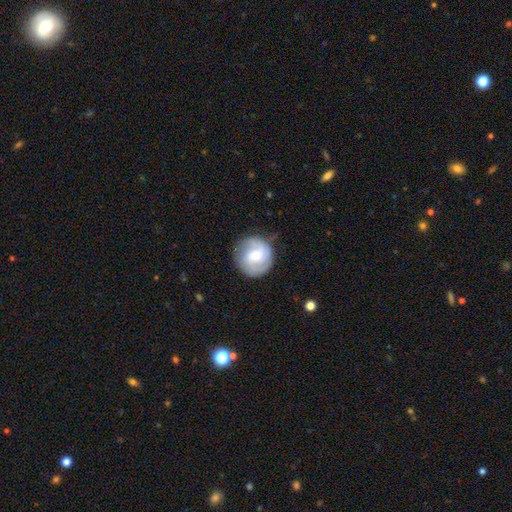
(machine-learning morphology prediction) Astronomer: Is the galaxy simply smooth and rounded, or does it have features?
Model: featured or disk — 65%.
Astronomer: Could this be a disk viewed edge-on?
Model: no — 98%.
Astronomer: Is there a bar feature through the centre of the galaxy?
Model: no — 51% (runner-up: weak, 40%).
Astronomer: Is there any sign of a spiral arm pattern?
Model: yes — 90%.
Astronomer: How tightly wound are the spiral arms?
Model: medium — 43% (runner-up: tight, 38%).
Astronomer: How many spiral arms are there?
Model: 2 — 56%.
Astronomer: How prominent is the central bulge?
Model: small — 54% (runner-up: moderate, 40%).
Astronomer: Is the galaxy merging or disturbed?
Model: none — 77%.